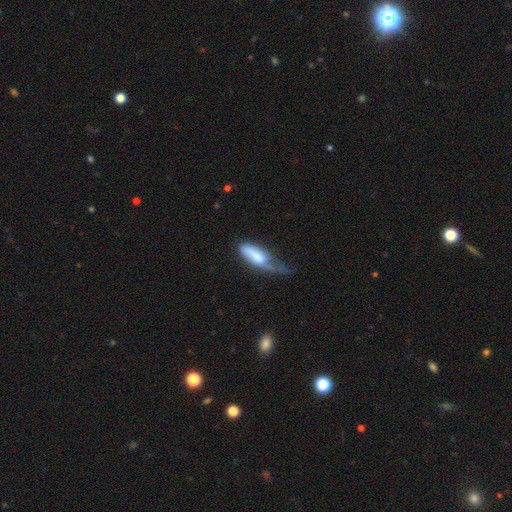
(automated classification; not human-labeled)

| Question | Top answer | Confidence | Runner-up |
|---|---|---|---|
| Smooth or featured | smooth | 68% | featured or disk (26%) |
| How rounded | in between | 68% | cigar-shaped (30%) |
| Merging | major disturbance | 46% | minor disturbance (33%) |